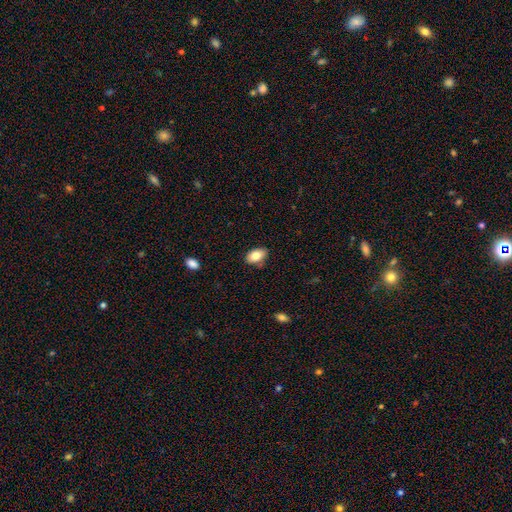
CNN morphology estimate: Smooth or featured: smooth — 81% (featured or disk — 11%)
How rounded: in between — 91% (round — 7%)
Merging: none — 81% (minor disturbance — 15%)